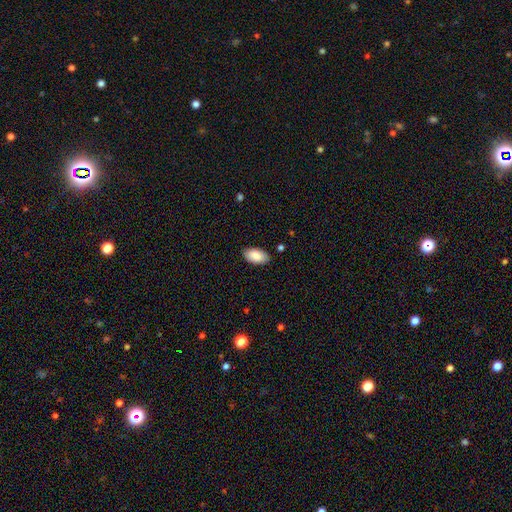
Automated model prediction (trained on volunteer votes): Smooth or featured: smooth — 89% (star or artifact — 6%)
How rounded: in between — 95% (round — 3%)
Merging: none — 87% (minor disturbance — 10%)